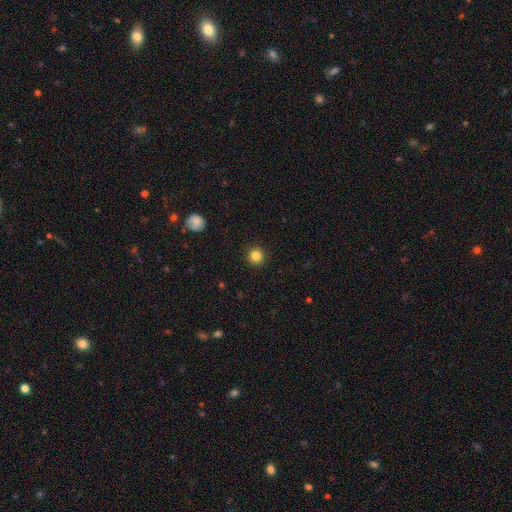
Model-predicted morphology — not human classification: Smooth or featured? Predicted: smooth (p=0.84). How rounded? Predicted: round (p=0.95). Merging? Predicted: none (p=0.93).